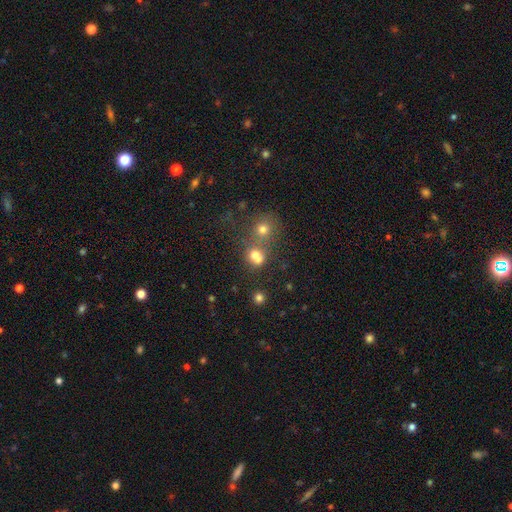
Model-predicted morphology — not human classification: Q: Smooth or featured?
A: smooth (68%); runner-up: star or artifact (17%)
Q: How rounded?
A: round (76%); runner-up: in between (22%)
Q: Merging?
A: merger (47%); runner-up: none (41%)